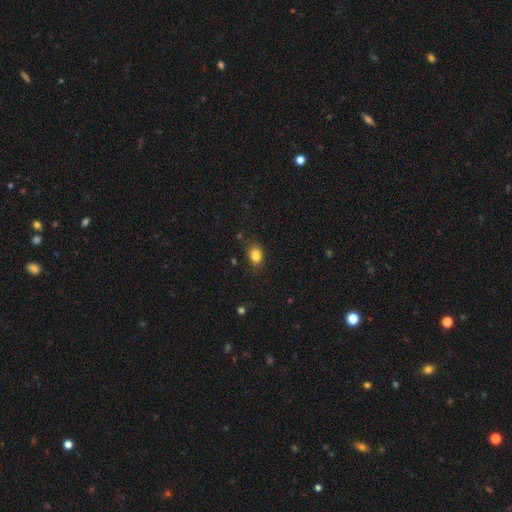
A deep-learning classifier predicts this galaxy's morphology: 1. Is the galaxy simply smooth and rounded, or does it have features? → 85% smooth, 10% star or artifact, 5% featured or disk.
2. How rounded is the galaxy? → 71% in between, 27% round, 1% cigar-shaped.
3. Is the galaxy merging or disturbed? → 80% none, 15% minor disturbance, 4% major disturbance, 2% merger.